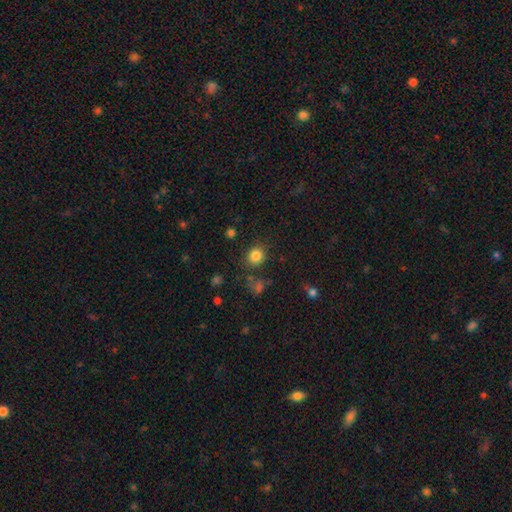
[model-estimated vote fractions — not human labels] Smooth or featured: smooth — 83% (star or artifact — 12%)
How rounded: round — 78% (in between — 21%)
Merging: none — 82% (minor disturbance — 10%)